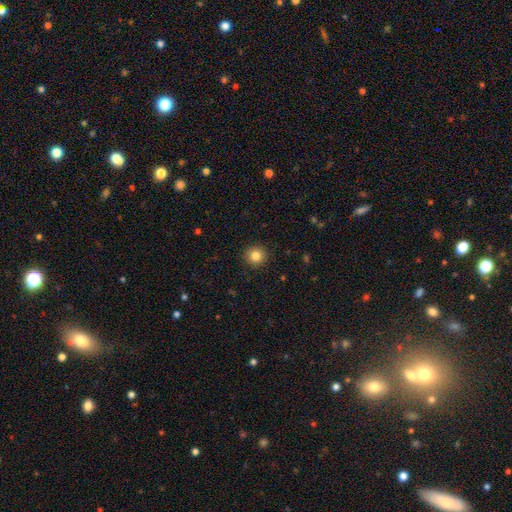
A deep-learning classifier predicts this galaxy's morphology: Smooth or featured? Predicted: smooth (p=0.83). How rounded? Predicted: round (p=0.94). Merging? Predicted: none (p=0.92).